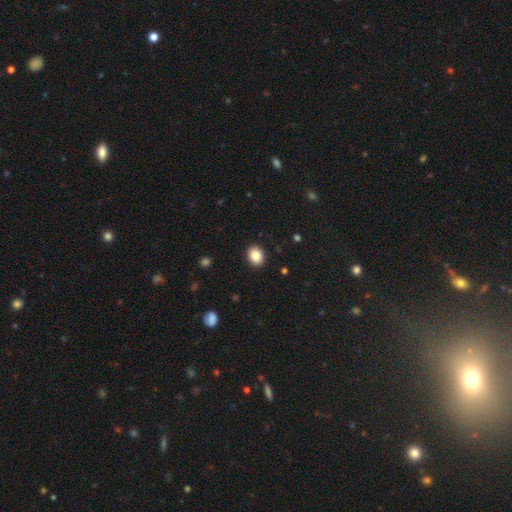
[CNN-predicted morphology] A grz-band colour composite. It shows a smooth galaxy with no disk features (86%) that is in between round and cigar-shaped (53%). Merging: none (91%).